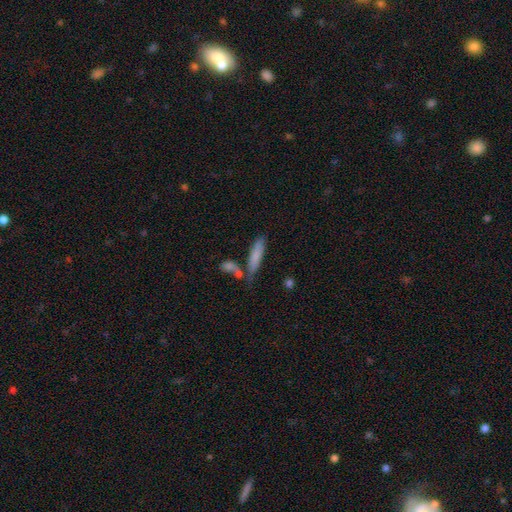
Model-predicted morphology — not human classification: A smooth galaxy with no disk features (78%) that is cigar-shaped (76%). Merging: none (65%).